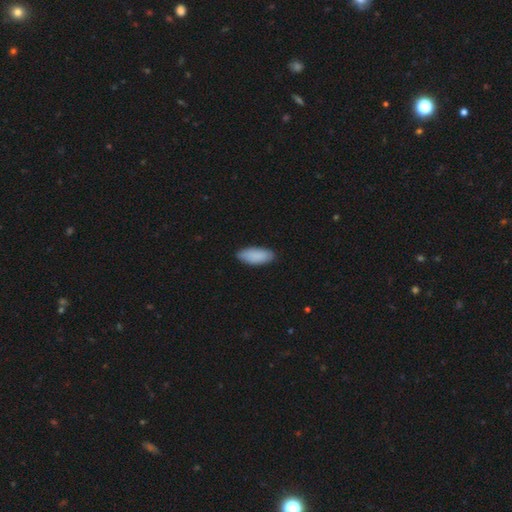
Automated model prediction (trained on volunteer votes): This appears to be a smooth galaxy with no disk features (89%) that is in between round and cigar-shaped (84%). Merging: none (86%).